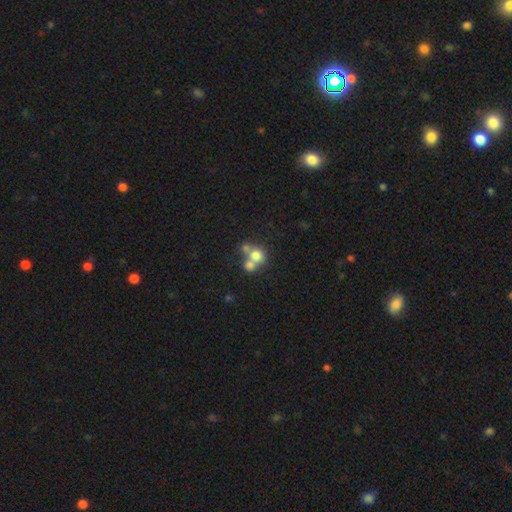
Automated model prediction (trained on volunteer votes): Overall: smooth (69%). How rounded: round (79%). Merging: merger (58%; none 31%).